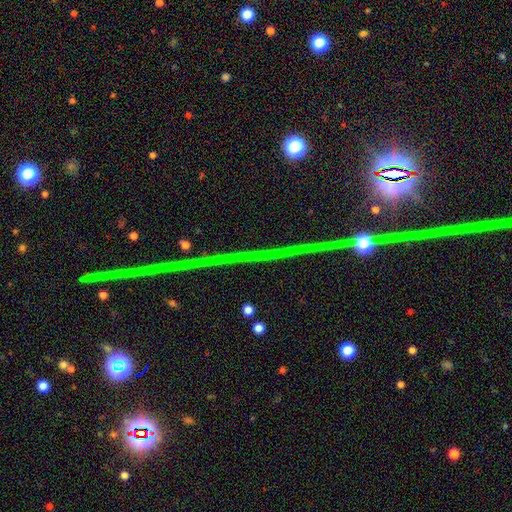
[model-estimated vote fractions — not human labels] Smooth or featured? star or artifact (82%)